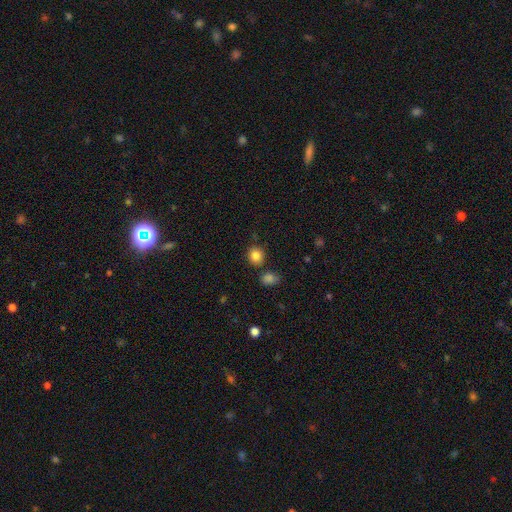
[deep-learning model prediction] Overall: smooth (85%). How rounded: round (82%). Merging: none (82%).